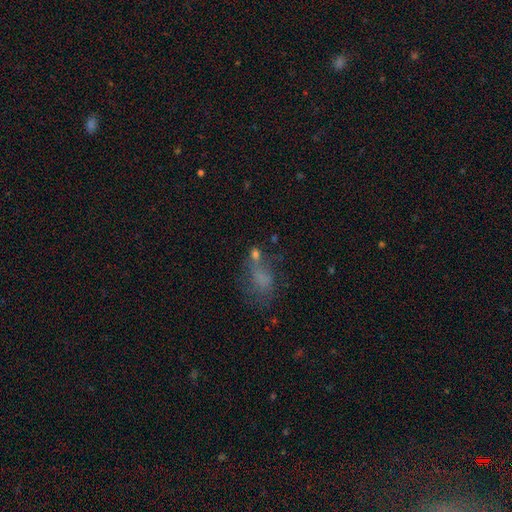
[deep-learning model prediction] Smooth or featured? Predicted: smooth (p=0.49). Merging? Predicted: none (p=0.35).